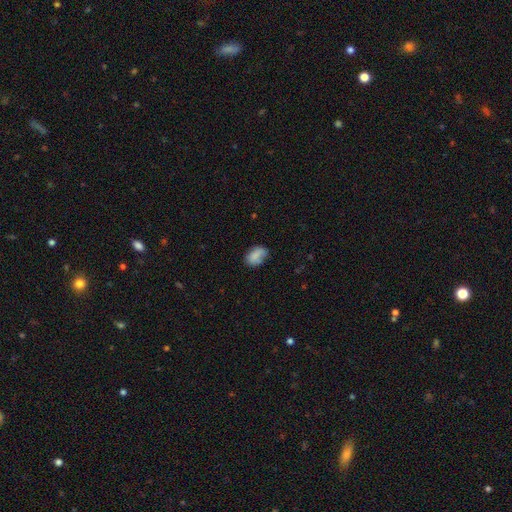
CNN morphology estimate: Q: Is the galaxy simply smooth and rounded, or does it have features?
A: smooth — 81%.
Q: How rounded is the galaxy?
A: in between — 85%.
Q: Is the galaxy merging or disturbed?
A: none — 60%.